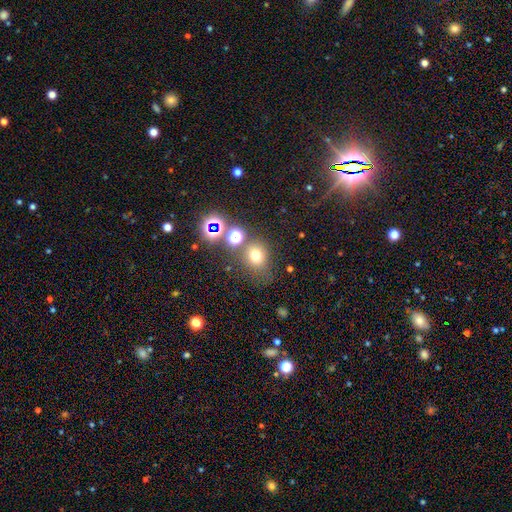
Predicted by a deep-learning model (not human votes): Smooth or featured: smooth — 67% (star or artifact — 24%)
How rounded: round — 75% (in between — 24%)
Merging: none — 69% (merger — 13%)